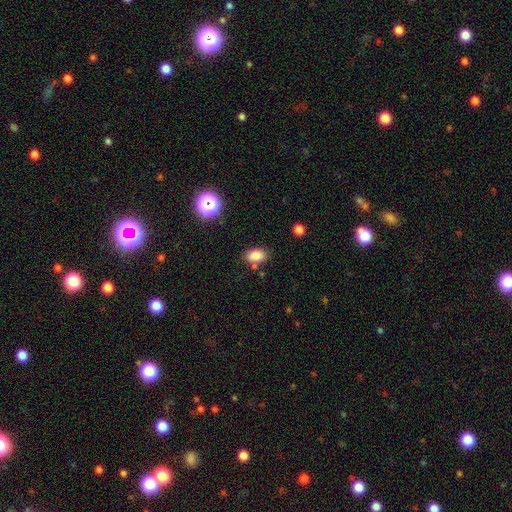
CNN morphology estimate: The model was most divided on "merging": none: 76%, minor disturbance: 14%, merger: 6%, major disturbance: 4%. More confident: how rounded — in between (86%); smooth or featured — smooth (84%).